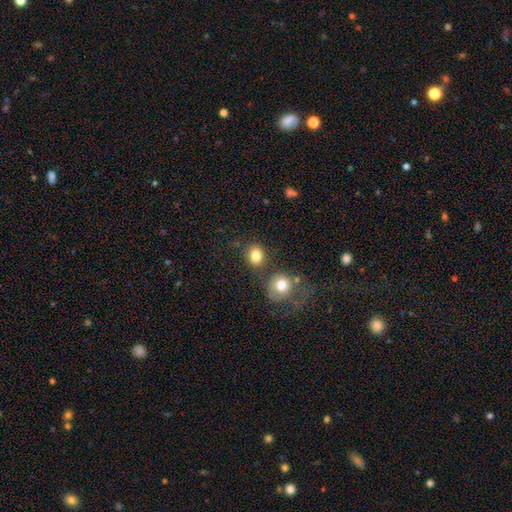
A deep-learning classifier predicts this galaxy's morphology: Smooth or featured? Predicted: smooth (p=0.81). How rounded? Predicted: round (p=0.64). Merging? Predicted: none (p=0.71).